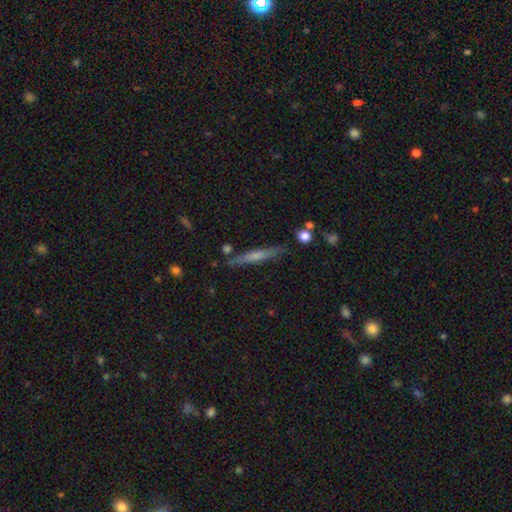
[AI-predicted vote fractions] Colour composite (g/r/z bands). It shows a featured or disk galaxy (59%) viewed edge-on (96%) with a rounded central bulge (55%). Merging: none (86%).